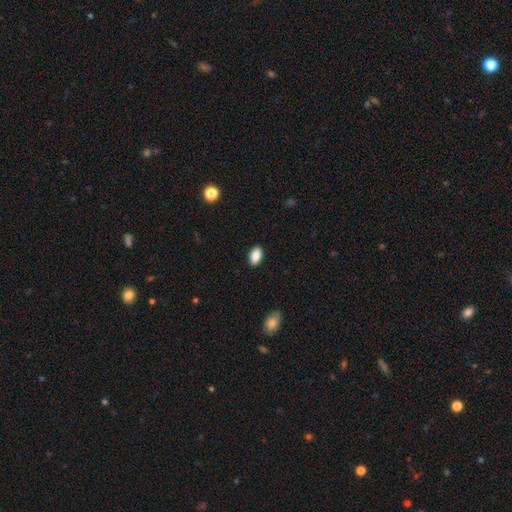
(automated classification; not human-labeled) This appears to be a smooth galaxy with no disk features (87%) that is in between round and cigar-shaped (91%). Merging: none (89%).